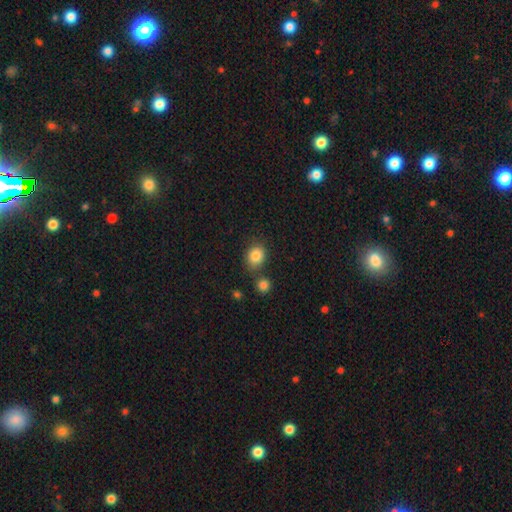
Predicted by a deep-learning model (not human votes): A smooth galaxy with no disk features (85%) that is round (60%).

Vote fractions:
- Smooth or featured? smooth: 85% / star or artifact: 9% / featured or disk: 6%
- How rounded? round: 60% / in between: 39% / cigar-shaped: 1%
- Merging? none: 68% / merger: 15% / minor disturbance: 13% / major disturbance: 4%